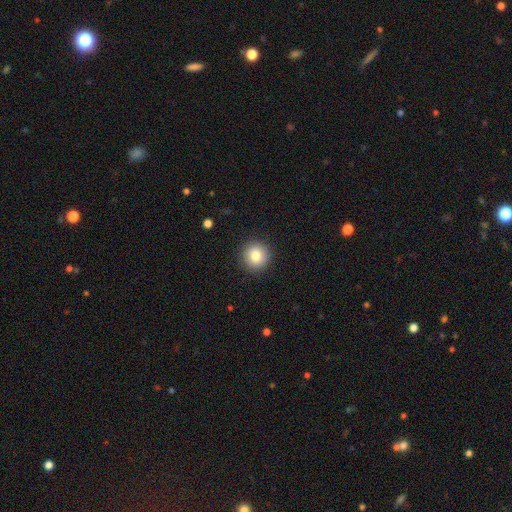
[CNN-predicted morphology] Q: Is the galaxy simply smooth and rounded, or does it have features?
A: smooth — 83%.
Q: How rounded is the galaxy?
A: round — 94%.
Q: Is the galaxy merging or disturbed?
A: none — 91%.